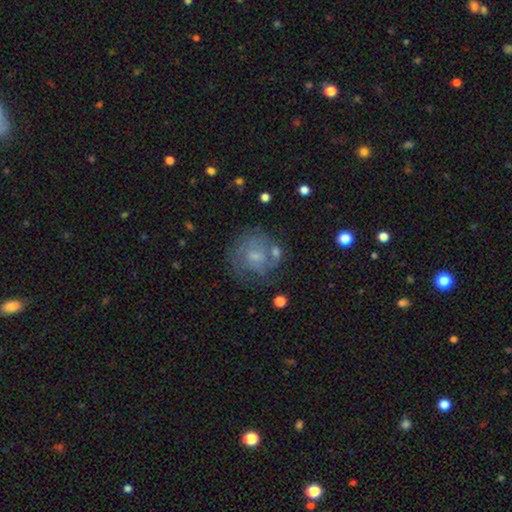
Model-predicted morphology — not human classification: type=featured or disk (54%); edge-on=no (98%); bar=no (62%); spiral arms=yes (71%); bulge=small (52%); merging=none (59%).